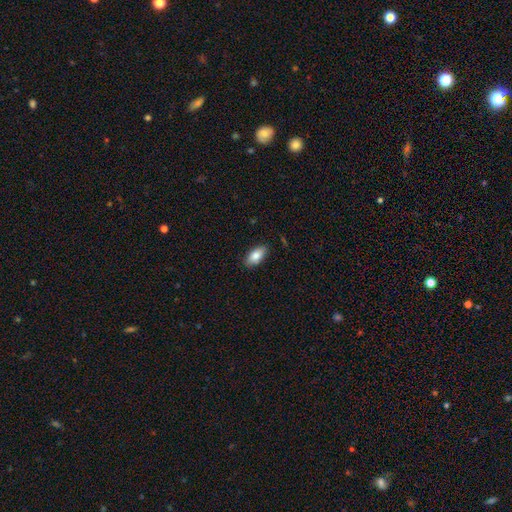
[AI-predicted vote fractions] Smooth or featured? smooth (83%)
How rounded? in between (90%)
Merging? none (87%)